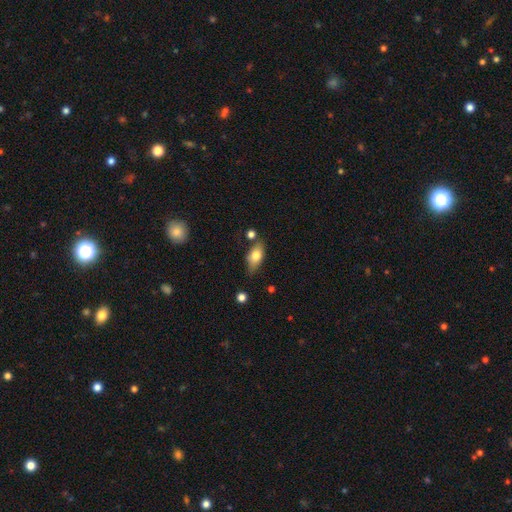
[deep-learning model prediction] Smooth or featured: smooth — 72% (featured or disk — 21%)
How rounded: in between — 85% (cigar-shaped — 10%)
Merging: none — 68% (minor disturbance — 20%)